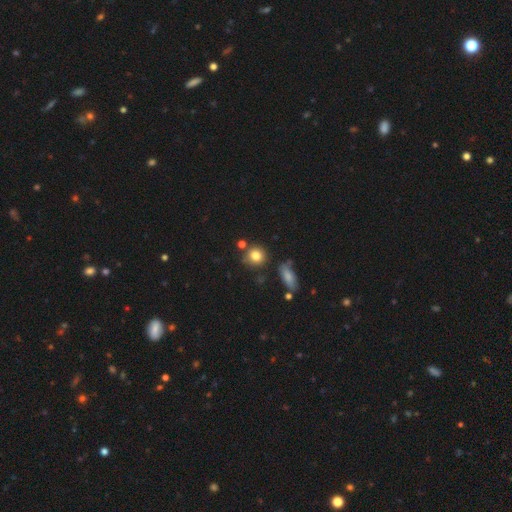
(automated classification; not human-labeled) This appears to be a smooth galaxy with no disk features (81%) that is round (83%). Merging: none (72%).